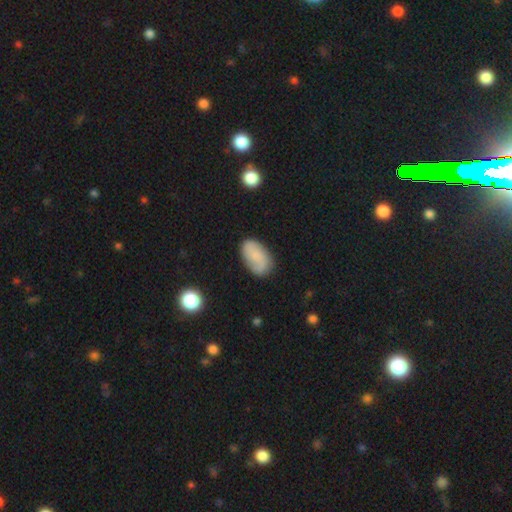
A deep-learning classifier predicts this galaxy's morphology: smooth-or-featured: smooth: 72% | featured or disk: 20% | star or artifact: 8%
  how-rounded: in between: 93% | round: 5% | cigar-shaped: 2%
  merging: none: 74% | minor disturbance: 19% | major disturbance: 5% | merger: 2%